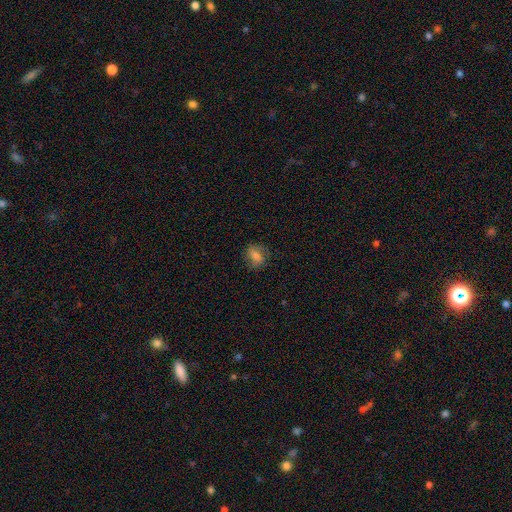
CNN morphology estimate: A smooth galaxy with no disk features (62%) that is in between round and cigar-shaped (57%).

Vote fractions:
- Smooth or featured? smooth: 62% / featured or disk: 26% / star or artifact: 11%
- How rounded? in between: 57% / round: 40% / cigar-shaped: 3%
- Merging? none: 74% / minor disturbance: 18% / major disturbance: 7% / merger: 1%